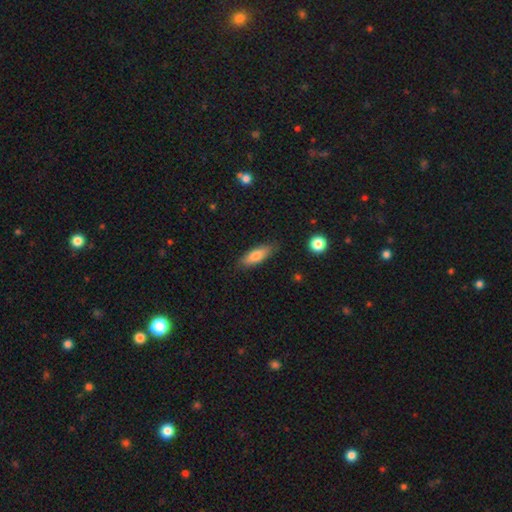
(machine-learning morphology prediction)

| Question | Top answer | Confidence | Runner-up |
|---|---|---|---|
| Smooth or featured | smooth | 78% | featured or disk (16%) |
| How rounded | in between | 59% | cigar-shaped (39%) |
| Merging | none | 82% | minor disturbance (14%) |